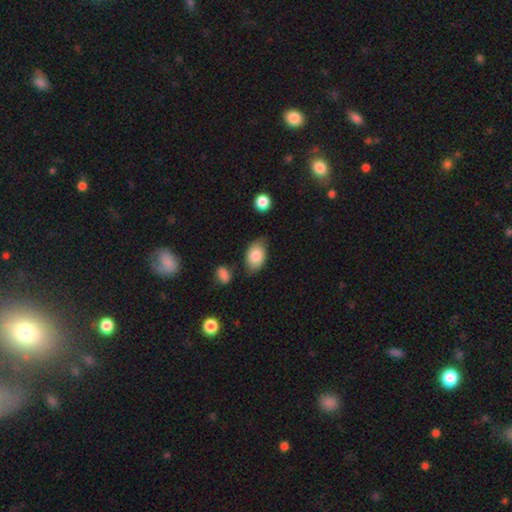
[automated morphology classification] Smooth or featured? smooth (83%)
How rounded? in between (88%)
Merging? none (65%)